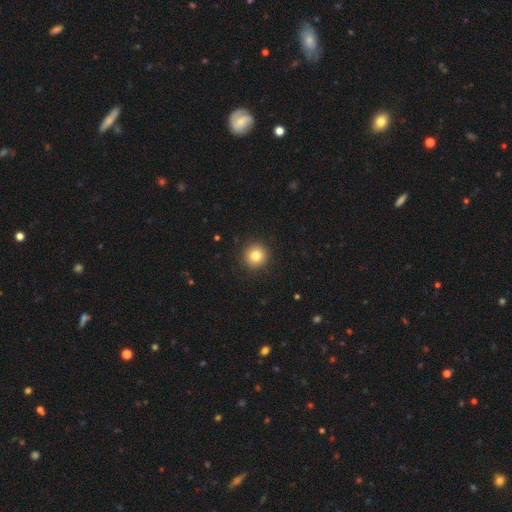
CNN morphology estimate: The model was most divided on "smooth or featured": smooth: 81%, star or artifact: 11%, featured or disk: 8%. More confident: how rounded — round (95%); merging — none (92%).